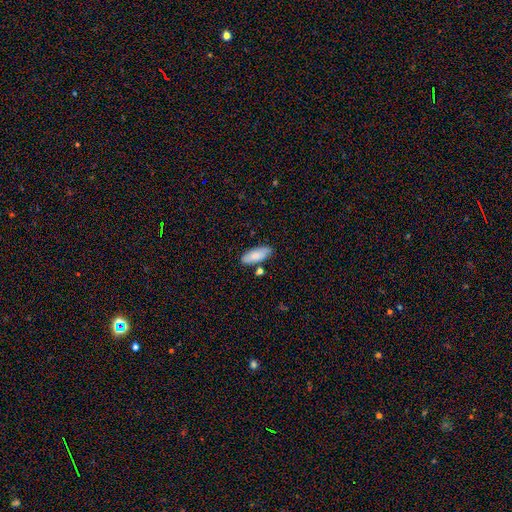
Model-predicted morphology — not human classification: Overall: smooth (80%). How rounded: in between (79%). Merging: none (76%).